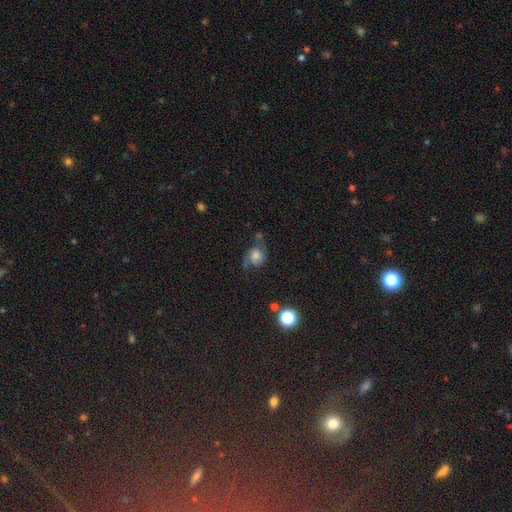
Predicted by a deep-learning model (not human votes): smooth_or_featured: smooth (p=0.43) [tied with: featured or disk p=0.43]
merging: none (p=0.50) [alt: minor disturbance p=0.25]